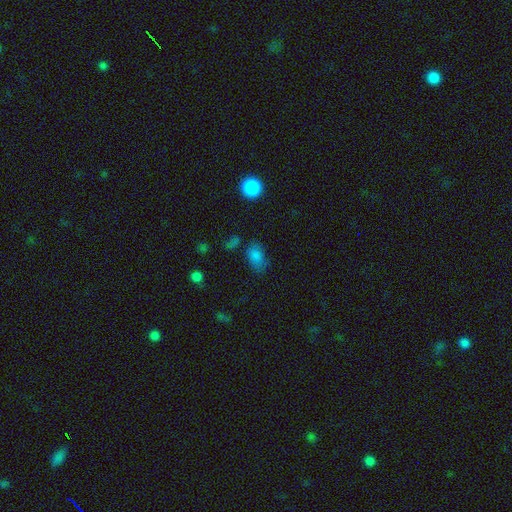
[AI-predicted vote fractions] Morphology: type=smooth (80%); roundness=in between (86%); merging=none (64%).